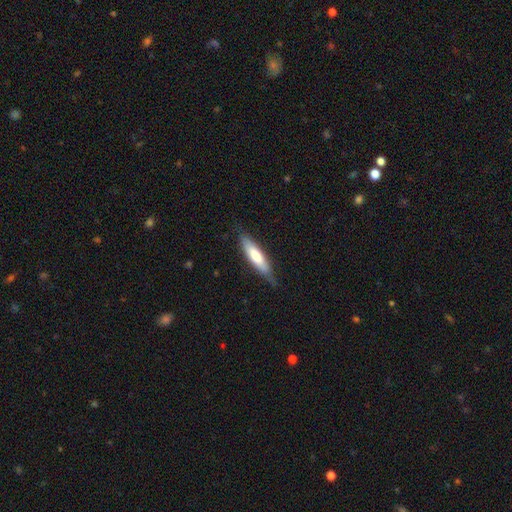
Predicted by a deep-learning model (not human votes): The model was most divided on "smooth or featured": smooth: 66%, featured or disk: 29%, star or artifact: 5%. More confident: merging — none (76%); how rounded — cigar-shaped (73%).